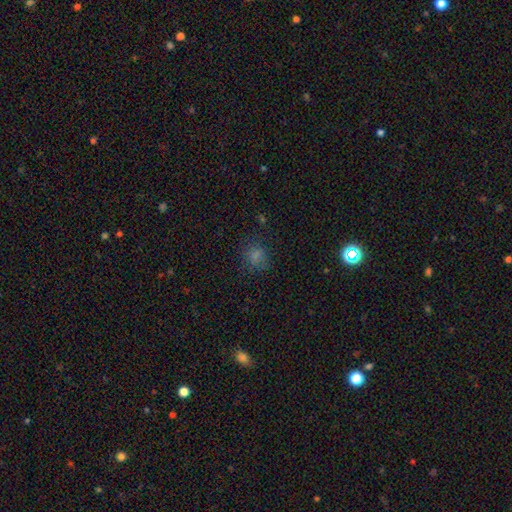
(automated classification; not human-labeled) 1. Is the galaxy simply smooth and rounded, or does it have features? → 72% smooth, 21% star or artifact, 7% featured or disk.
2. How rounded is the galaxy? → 73% round, 26% in between, 1% cigar-shaped.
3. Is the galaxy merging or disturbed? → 76% none, 16% minor disturbance, 7% major disturbance, 2% merger.